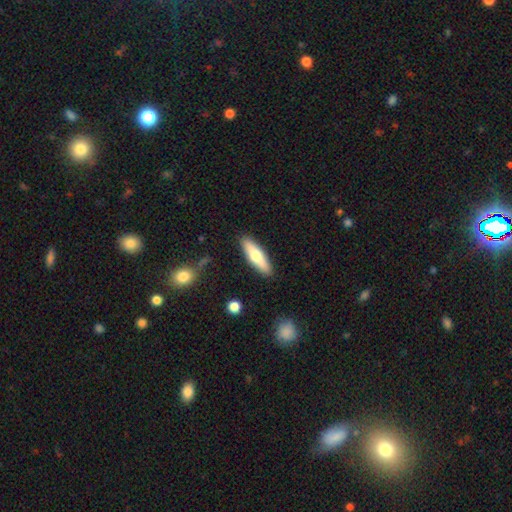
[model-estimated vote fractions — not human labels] A smooth galaxy with no disk features (64%) that is cigar-shaped (60%). Merging: none (88%).